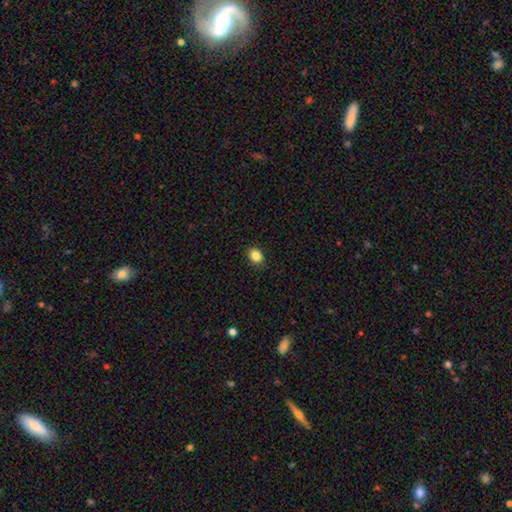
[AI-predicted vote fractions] Morphology: type=smooth (85%); roundness=in between (54%); merging=none (88%).